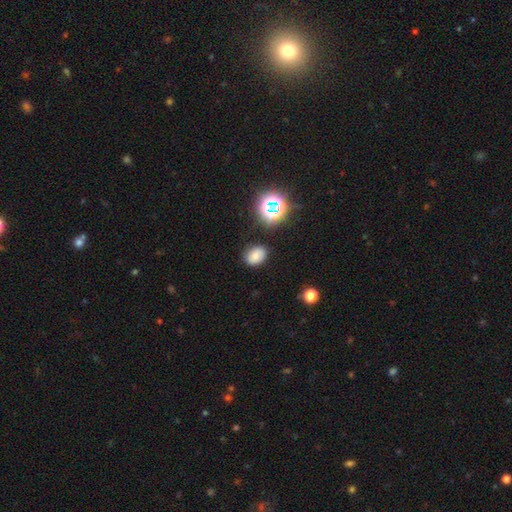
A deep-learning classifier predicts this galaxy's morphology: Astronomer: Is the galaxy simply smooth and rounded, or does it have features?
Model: smooth — 70%.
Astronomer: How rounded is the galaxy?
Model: in between — 62%.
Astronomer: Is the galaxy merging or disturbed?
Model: none — 81%.